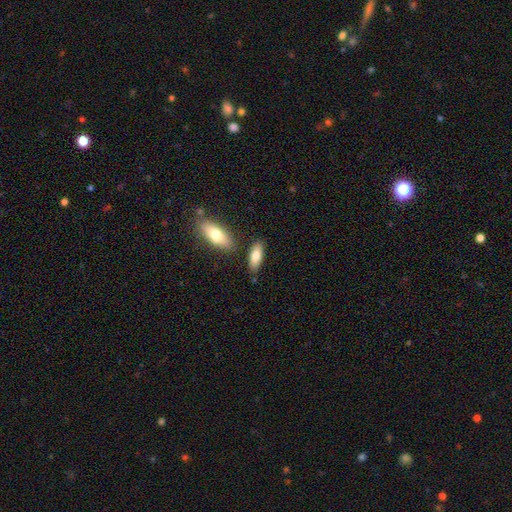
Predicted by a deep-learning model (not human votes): smooth_or_featured: smooth (p=0.80) [alt: featured or disk p=0.14]
how_rounded: in between (p=0.75) [alt: cigar-shaped p=0.23]
merging: none (p=0.77) [alt: minor disturbance p=0.12]